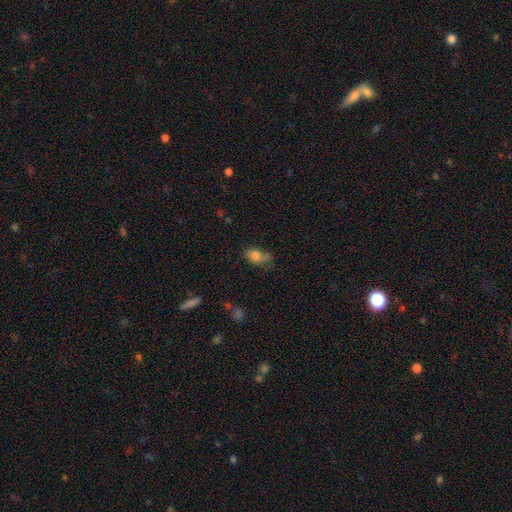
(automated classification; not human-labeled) Q: Smooth or featured?
A: smooth (79%); runner-up: featured or disk (12%)
Q: How rounded?
A: in between (82%); runner-up: round (14%)
Q: Merging?
A: none (49%); runner-up: minor disturbance (33%)